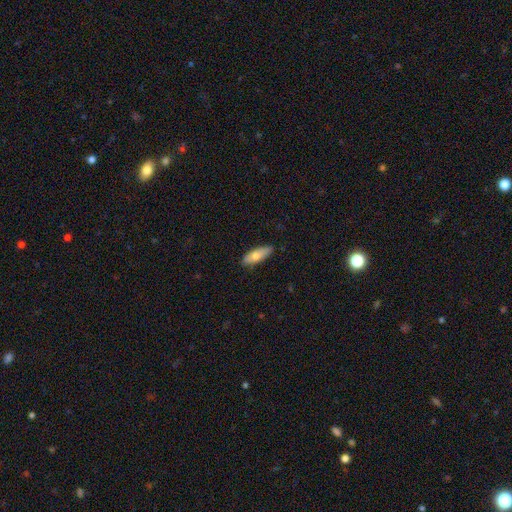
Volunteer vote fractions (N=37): smooth_or_featured: smooth (p=0.57) [alt: featured or disk p=0.38]
how_rounded: in between (p=0.71) [alt: cigar-shaped p=0.29]
merging: none (p=0.86) [alt: major disturbance p=0.09]